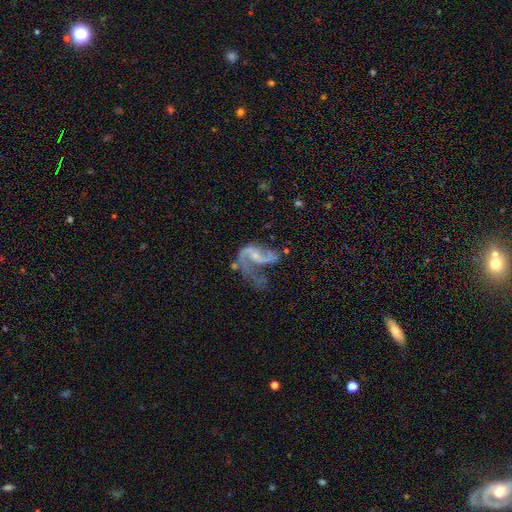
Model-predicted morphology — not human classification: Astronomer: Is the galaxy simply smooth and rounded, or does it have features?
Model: featured or disk — 83%.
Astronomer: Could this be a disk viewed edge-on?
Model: no — 97%.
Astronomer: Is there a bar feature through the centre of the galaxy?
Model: no — 47% (runner-up: weak, 39%).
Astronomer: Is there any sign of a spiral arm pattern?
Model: yes — 87%.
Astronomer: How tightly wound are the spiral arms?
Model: loose — 68%.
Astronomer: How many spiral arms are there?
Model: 2 — 74%.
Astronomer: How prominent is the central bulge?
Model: small — 59%.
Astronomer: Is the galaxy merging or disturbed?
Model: major disturbance — 47% (runner-up: none, 27%).